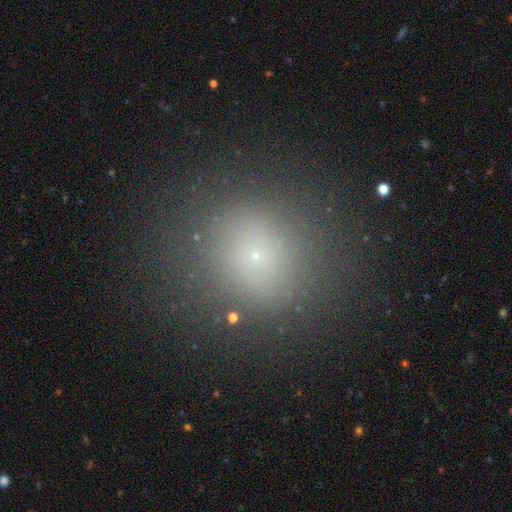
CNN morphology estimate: type=smooth (66%); roundness=round (90%); merging=none (86%).